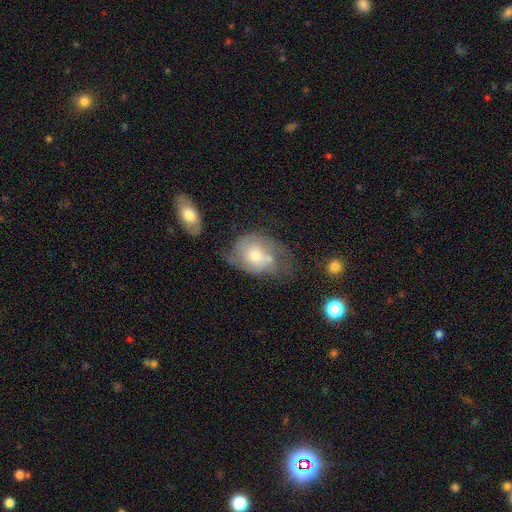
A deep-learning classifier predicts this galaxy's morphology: This is possibly a featured or disk galaxy (54%). It is clearly not viewed edge-on (96%). Bar: likely no (78%). Spiral arm pattern: likely yes (68%). Central bulge: likely moderate (61%). Merging: marginally none (33%).